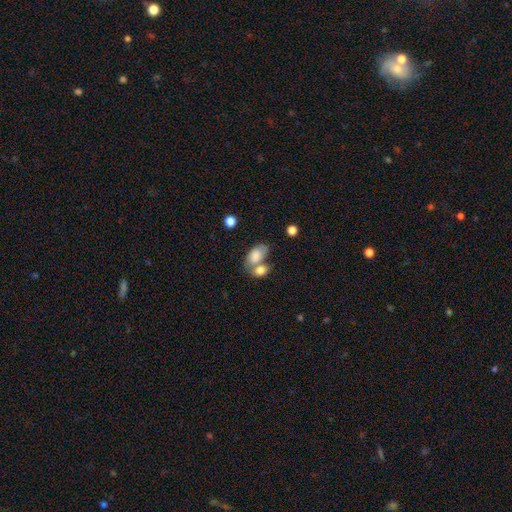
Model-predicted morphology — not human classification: type=smooth (79%); roundness=in between (89%); merging=merger (52%).